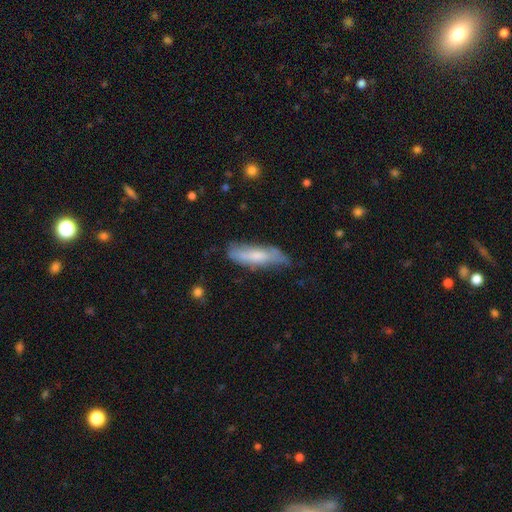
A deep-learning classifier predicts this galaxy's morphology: Q: Smooth or featured?
A: smooth (64%); runner-up: featured or disk (29%)
Q: How rounded?
A: cigar-shaped (61%); runner-up: in between (37%)
Q: Merging?
A: none (57%); runner-up: minor disturbance (31%)